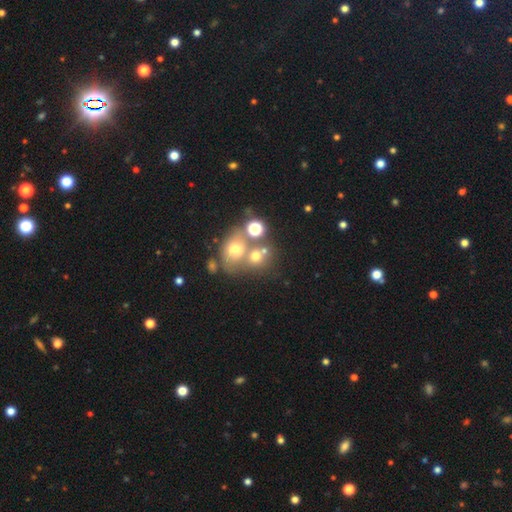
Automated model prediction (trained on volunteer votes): smooth 61%, star or artifact 20%, featured or disk 19%. Down the decision tree: how rounded — round (68%); merging — merger (45%).